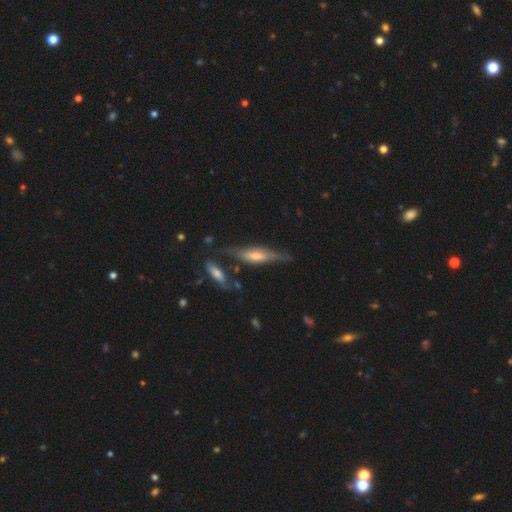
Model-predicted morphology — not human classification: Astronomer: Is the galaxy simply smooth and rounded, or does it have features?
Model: featured or disk — 70%.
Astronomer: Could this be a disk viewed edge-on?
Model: yes — 91%.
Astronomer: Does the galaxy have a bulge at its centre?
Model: rounded — 86%.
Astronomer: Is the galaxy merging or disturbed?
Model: none — 73%.